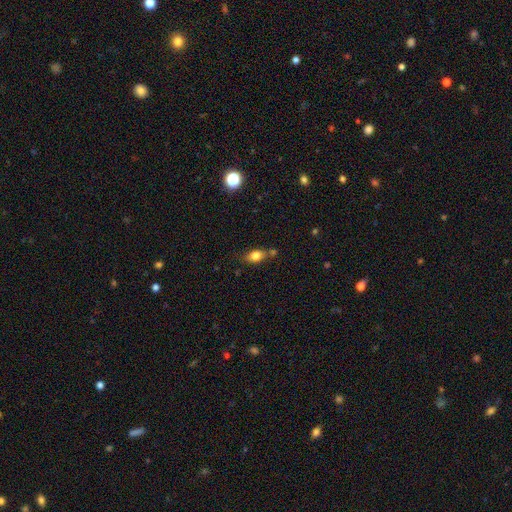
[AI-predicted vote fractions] smooth 80%, featured or disk 10%, star or artifact 10%. Down the decision tree: how rounded — in between (77%); merging — none (63%).